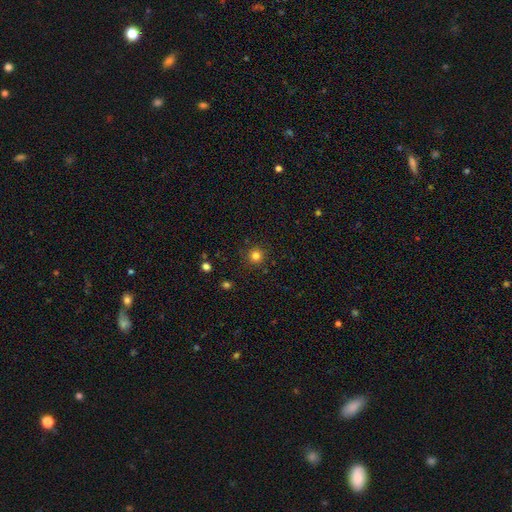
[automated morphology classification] Overall: smooth (81%). How rounded: round (95%). Merging: none (89%).